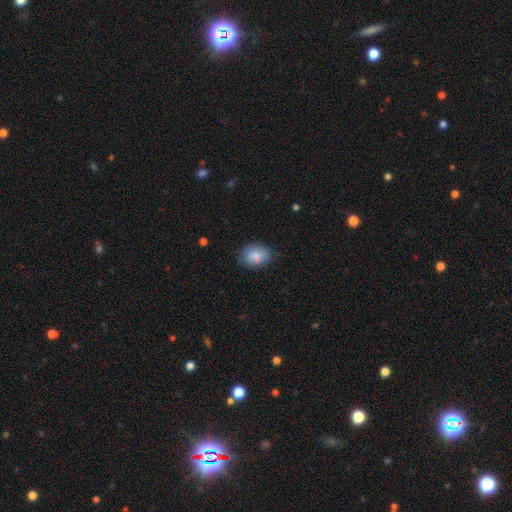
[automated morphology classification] A smooth galaxy with no disk features (85%) that is in between round and cigar-shaped (65%). Merging: none (74%).